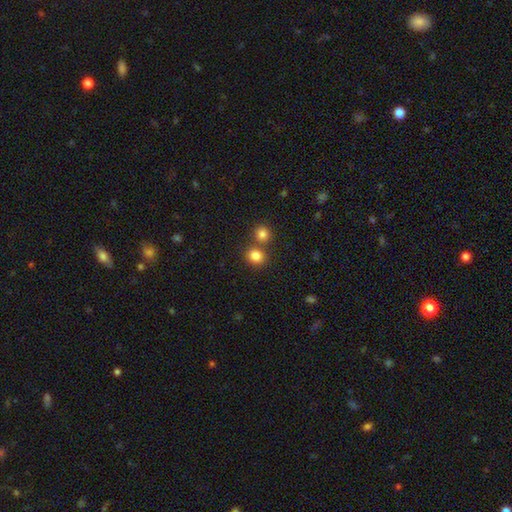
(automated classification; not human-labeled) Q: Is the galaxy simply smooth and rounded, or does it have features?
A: smooth — 83%.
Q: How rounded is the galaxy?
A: round — 83%.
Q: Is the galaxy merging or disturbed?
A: none — 66%.